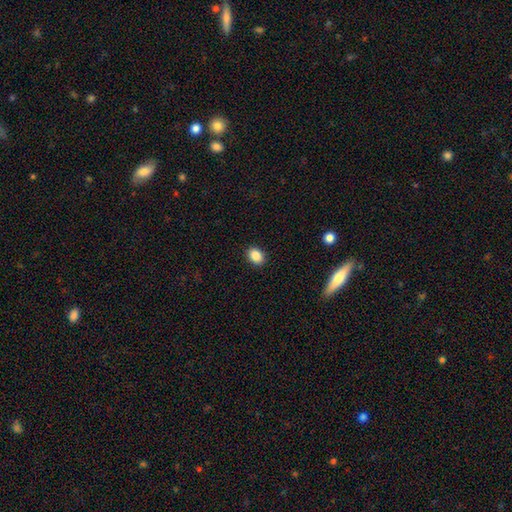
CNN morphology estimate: Smooth or featured? Predicted: smooth (p=0.87). How rounded? Predicted: in between (p=0.68). Merging? Predicted: none (p=0.90).